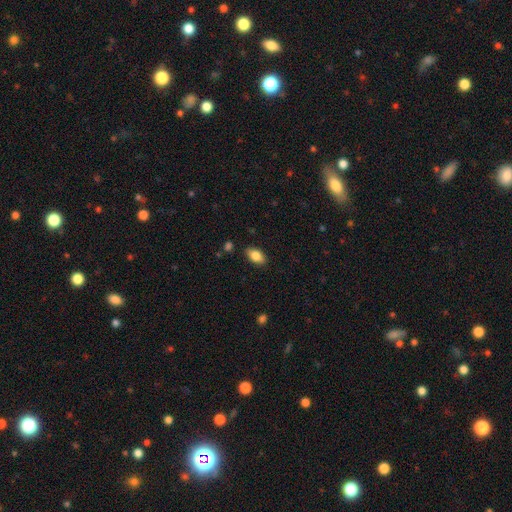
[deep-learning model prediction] Smooth or featured?
  - smooth: 83% *
  - featured or disk: 9%
  - star or artifact: 7%
How rounded?
  - in between: 92% *
  - round: 5%
  - cigar-shaped: 3%
Merging?
  - none: 86% *
  - minor disturbance: 10%
  - major disturbance: 2%
  - merger: 2%